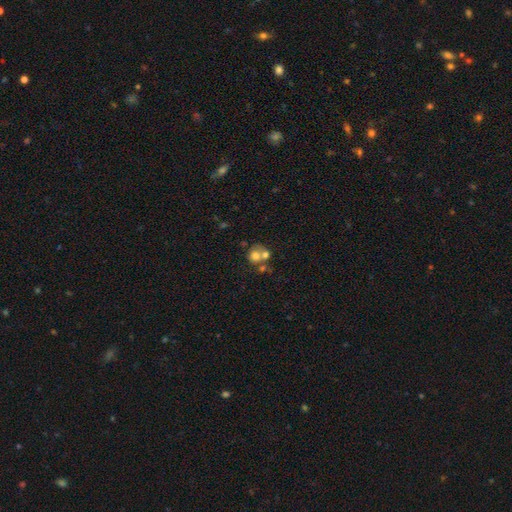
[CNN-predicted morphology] Smooth or featured? Predicted: smooth (p=0.64). How rounded? Predicted: round (p=0.75). Merging? Predicted: merger (p=0.52).